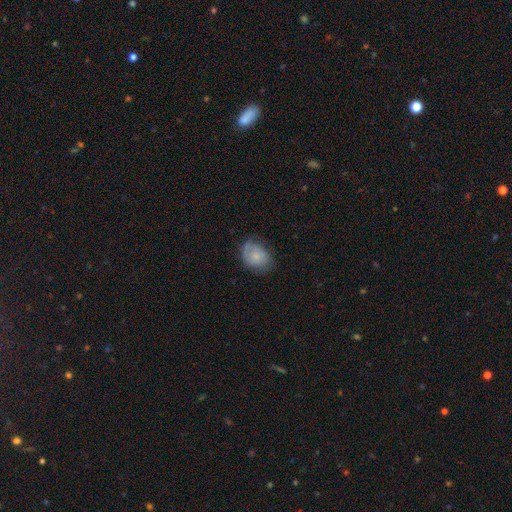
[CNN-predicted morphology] Smooth or featured? Predicted: smooth (p=0.69). How rounded? Predicted: in between (p=0.61). Merging? Predicted: none (p=0.59).